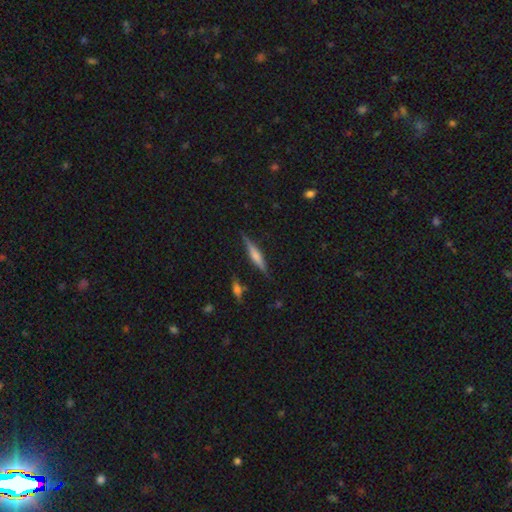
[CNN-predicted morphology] A featured or disk galaxy (52%) viewed edge-on (96%) with a rounded central bulge (58%). Merging: none (84%).